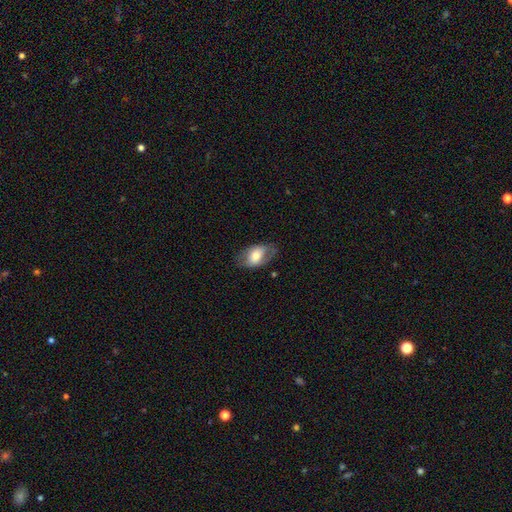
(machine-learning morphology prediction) Smooth or featured: smooth — 58% (featured or disk — 35%)
How rounded: in between — 88% (round — 10%)
Merging: none — 66% (minor disturbance — 22%)